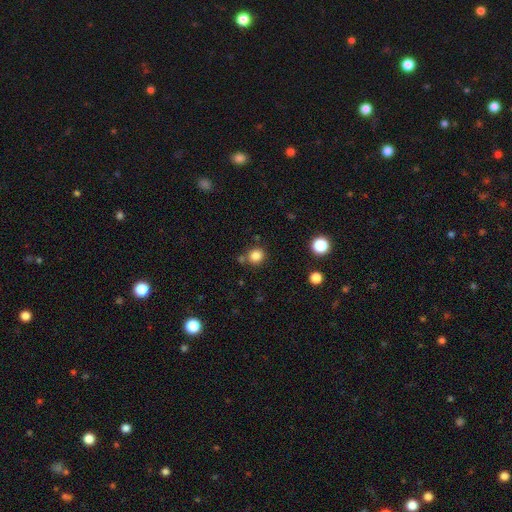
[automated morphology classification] A smooth galaxy with no disk features (84%) that is round (86%). Merging: none (77%).